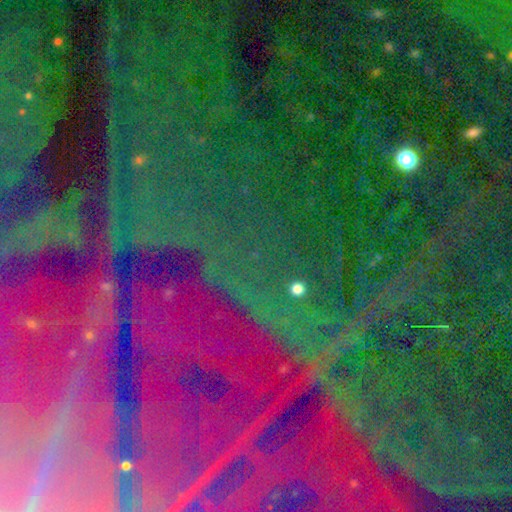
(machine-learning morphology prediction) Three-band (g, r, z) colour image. It shows a star or artifact, not a galaxy (85%).